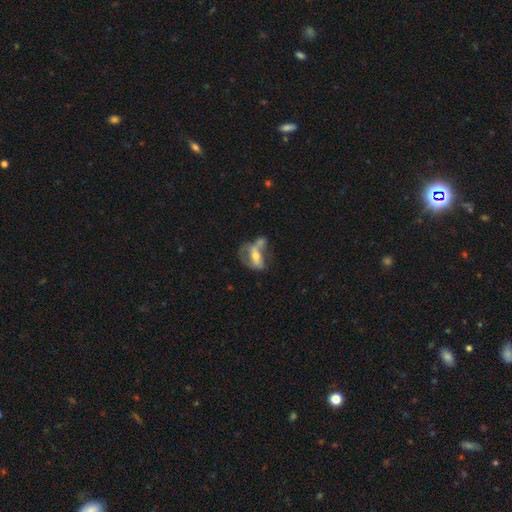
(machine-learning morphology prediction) Q: Smooth or featured?
A: featured or disk (56%); runner-up: smooth (36%)
Q: Edge-on disk?
A: no (89%); runner-up: yes (11%)
Q: Merging?
A: merger (40%); runner-up: none (24%)